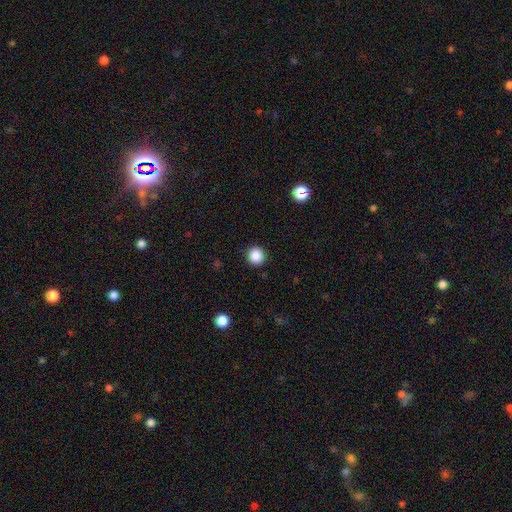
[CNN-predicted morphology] smooth 87%, star or artifact 10%, featured or disk 3%. Down the decision tree: how rounded — round (94%); merging — none (92%).